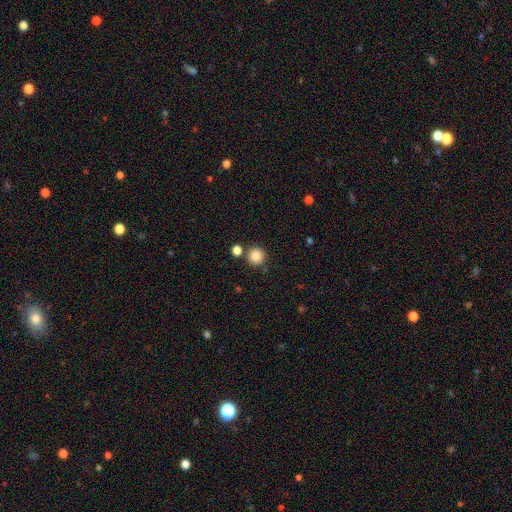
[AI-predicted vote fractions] smooth-or-featured: smooth: 85% | star or artifact: 10% | featured or disk: 5%
  how-rounded: round: 94% | in between: 5% | cigar-shaped: 1%
  merging: none: 81% | merger: 10% | minor disturbance: 7% | major disturbance: 2%